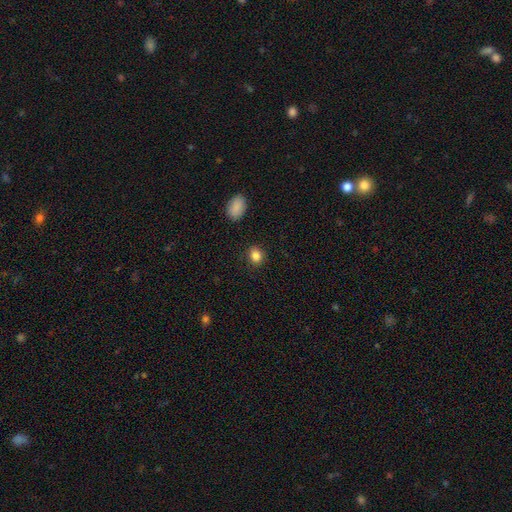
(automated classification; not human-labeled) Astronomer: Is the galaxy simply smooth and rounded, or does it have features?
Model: smooth — 85%.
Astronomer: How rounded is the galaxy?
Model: round — 65%.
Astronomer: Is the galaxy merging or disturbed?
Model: none — 88%.